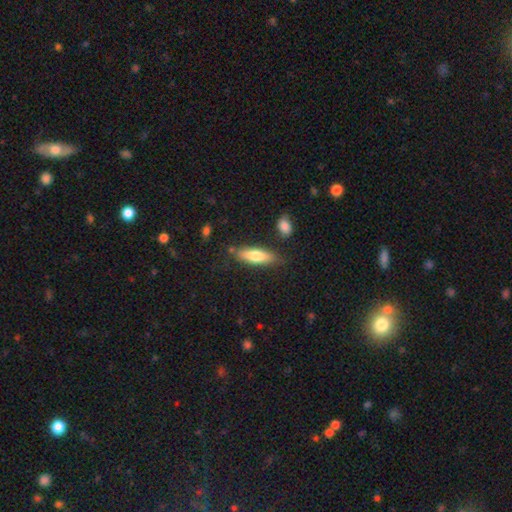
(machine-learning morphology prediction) This is likely a smooth galaxy (70%). How rounded: possibly cigar-shaped (57%). Merging: likely none (78%).